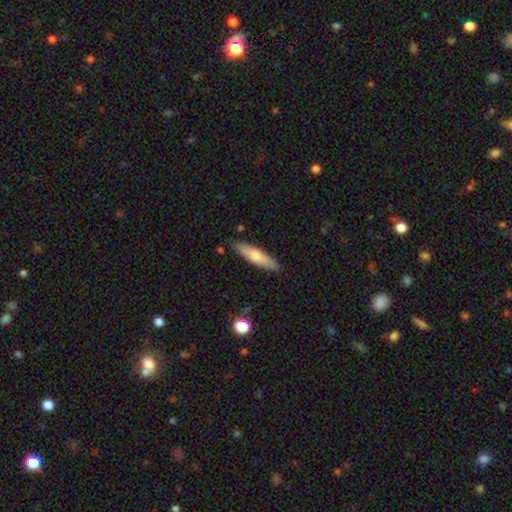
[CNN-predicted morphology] A smooth galaxy with no disk features (62%) that is cigar-shaped (73%).

Vote fractions:
- Smooth or featured? smooth: 62% / featured or disk: 33% / star or artifact: 6%
- How rounded? cigar-shaped: 73% / in between: 26% / round: 2%
- Merging? none: 87% / minor disturbance: 9% / major disturbance: 2% / merger: 2%